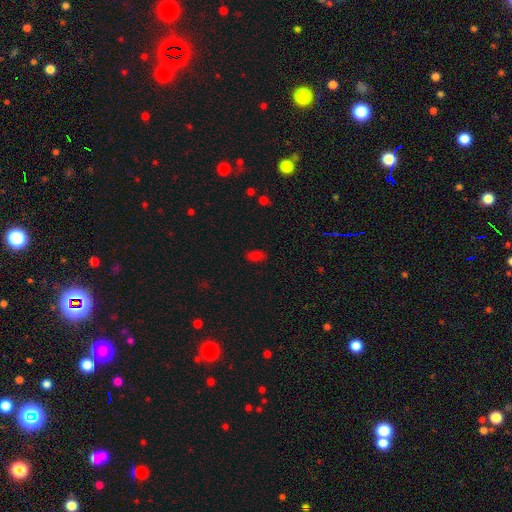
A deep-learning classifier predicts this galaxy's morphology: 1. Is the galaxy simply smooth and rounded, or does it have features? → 76% smooth, 18% star or artifact, 6% featured or disk.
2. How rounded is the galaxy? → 91% in between, 6% round, 3% cigar-shaped.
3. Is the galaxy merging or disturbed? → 81% none, 14% minor disturbance, 4% major disturbance, 2% merger.